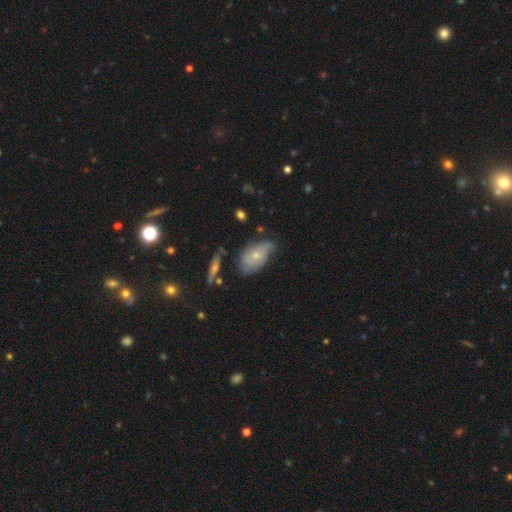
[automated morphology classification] Smooth or featured: featured or disk — 48% (smooth — 43%)
Merging: none — 41% (minor disturbance — 40%)